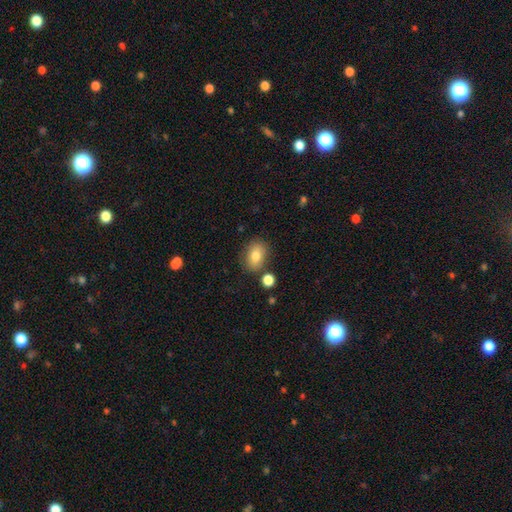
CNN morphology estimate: Smooth or featured? smooth (80%)
How rounded? in between (73%)
Merging? none (77%)